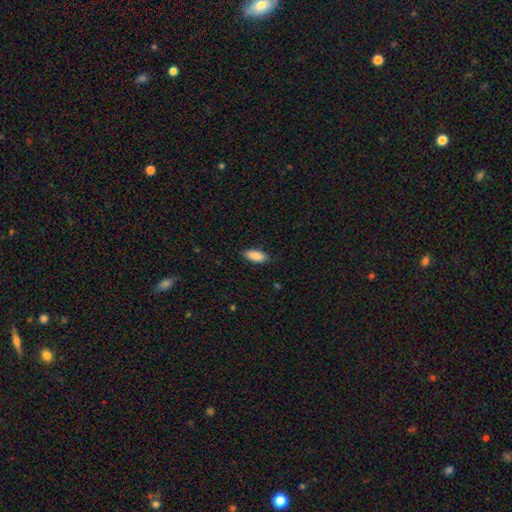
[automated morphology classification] smooth-or-featured: smooth: 89% | star or artifact: 6% | featured or disk: 4%
  how-rounded: in between: 86% | cigar-shaped: 13% | round: 2%
  merging: none: 86% | minor disturbance: 11% | major disturbance: 2% | merger: 1%